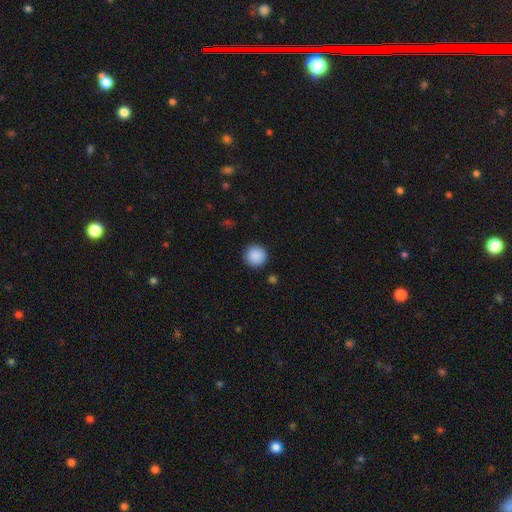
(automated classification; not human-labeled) smooth-or-featured: smooth: 89% | star or artifact: 8% | featured or disk: 3%
  how-rounded: round: 96% | in between: 3% | cigar-shaped: 1%
  merging: none: 91% | minor disturbance: 6% | major disturbance: 2% | merger: 1%